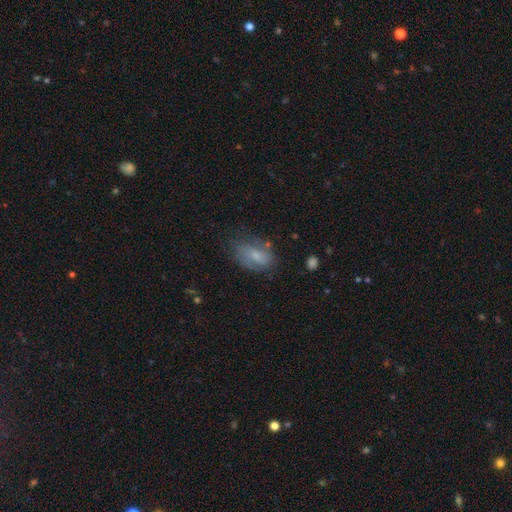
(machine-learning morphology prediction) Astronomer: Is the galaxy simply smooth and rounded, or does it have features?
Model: smooth — 65%.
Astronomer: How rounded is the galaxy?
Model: in between — 87%.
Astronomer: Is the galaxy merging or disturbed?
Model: none — 53% (runner-up: minor disturbance, 29%).